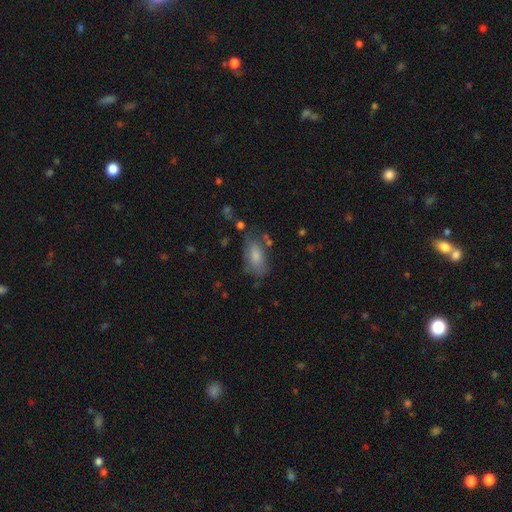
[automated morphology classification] Smooth or featured? smooth (78%)
How rounded? in between (90%)
Merging? none (61%)